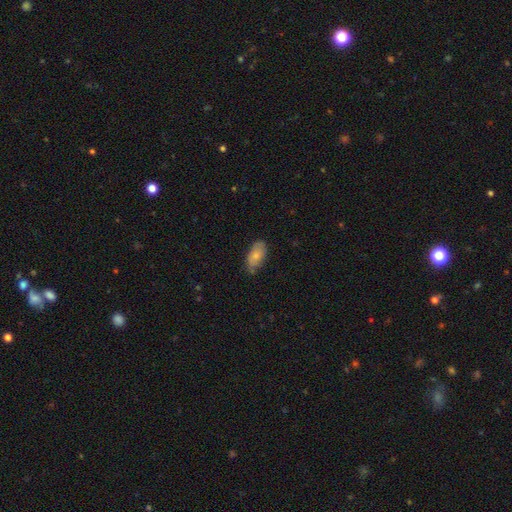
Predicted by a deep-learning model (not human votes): Smooth or featured?
  - smooth: 73% *
  - featured or disk: 21%
  - star or artifact: 6%
How rounded?
  - in between: 92% *
  - cigar-shaped: 4%
  - round: 4%
Merging?
  - none: 69% *
  - minor disturbance: 25%
  - major disturbance: 4%
  - merger: 2%